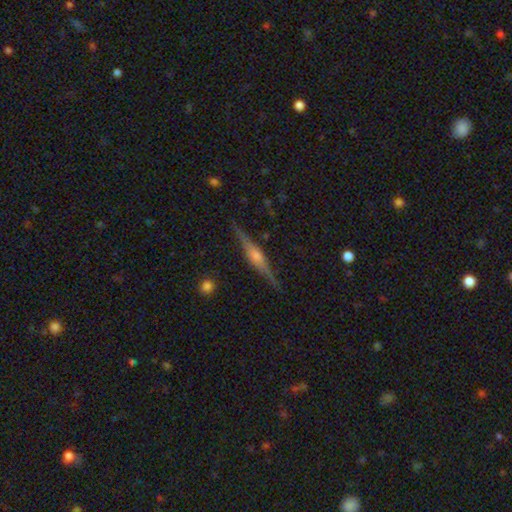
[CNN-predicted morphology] This appears to be a featured or disk galaxy (83%) viewed edge-on (98%) with a rounded central bulge (83%). Merging: none (90%).